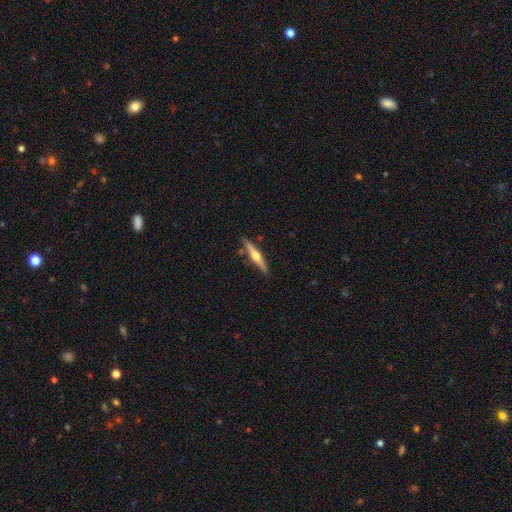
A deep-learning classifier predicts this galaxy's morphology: Smooth or featured? featured or disk (66%)
Edge-on disk? yes (97%)
Edge-on bulge? rounded (93%)
Merging? none (84%)